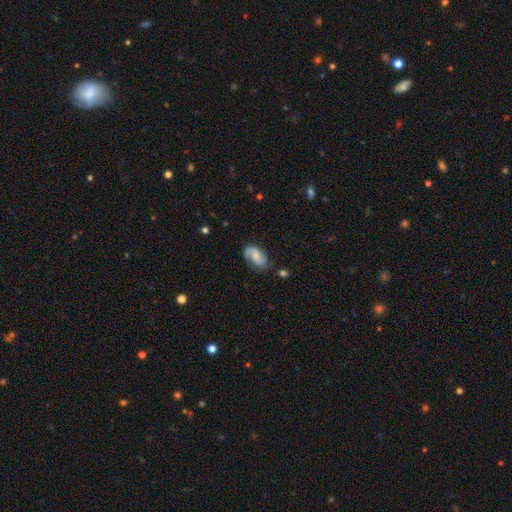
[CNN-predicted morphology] A featured or disk galaxy (54%) with no bar (54%), spiral arms (90%) and a small central bulge (33%).

Vote fractions:
- Smooth or featured? featured or disk: 54% / smooth: 39% / star or artifact: 8%
- Edge-on disk? no: 96% / yes: 4%
- Bar? no: 54% / weak: 37% / strong: 8%
- Spiral arms? yes: 90% / no: 10%
- Bulge size? small: 33% / moderate: 32% / none: 24% / large: 9% / dominant: 2%
- Merging? none: 62% / minor disturbance: 25% / major disturbance: 10% / merger: 3%